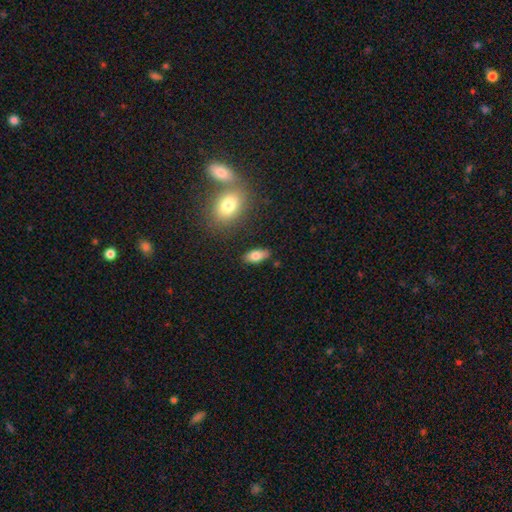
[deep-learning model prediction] A smooth galaxy with no disk features (79%) that is in between round and cigar-shaped (86%).

Vote fractions:
- Smooth or featured? smooth: 79% / featured or disk: 14% / star or artifact: 8%
- How rounded? in between: 86% / cigar-shaped: 10% / round: 4%
- Merging? none: 84% / minor disturbance: 11% / merger: 3% / major disturbance: 3%